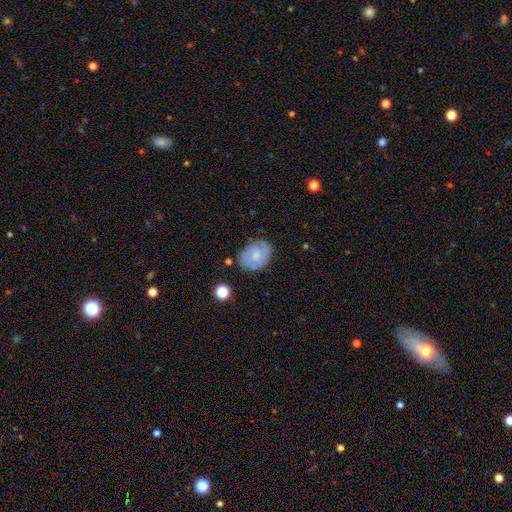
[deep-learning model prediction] Q: Smooth or featured?
A: featured or disk (54%); runner-up: smooth (38%)
Q: Edge-on disk?
A: no (97%); runner-up: yes (3%)
Q: Bar?
A: no (65%); runner-up: weak (31%)
Q: Spiral arms?
A: yes (79%); runner-up: no (21%)
Q: Bulge size?
A: small (46%); runner-up: moderate (41%)
Q: Merging?
A: none (74%); runner-up: minor disturbance (18%)